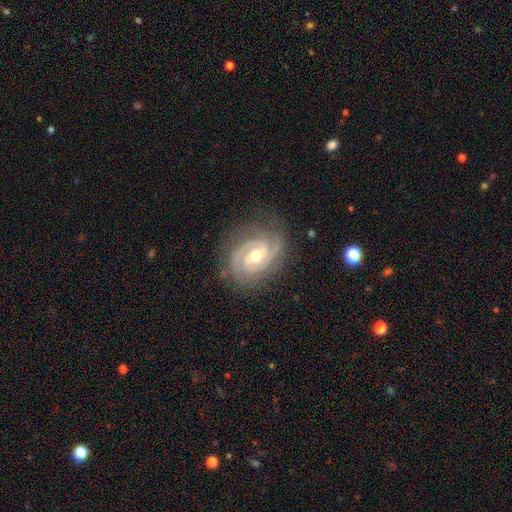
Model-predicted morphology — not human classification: featured or disk 91%, star or artifact 5%, smooth 5%. Down the decision tree: edge-on disk — no (97%); bar — weak (47%); spiral arms — yes (98%); spiral arm count — 2 (57%); spiral winding — tight (66%); bulge size — moderate (61%); merging — none (80%).